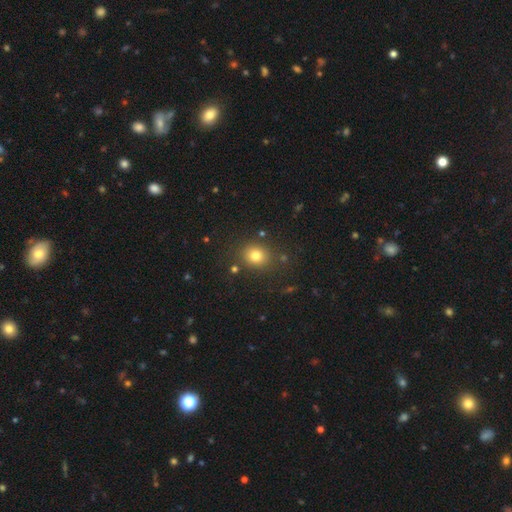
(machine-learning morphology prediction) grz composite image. It shows a smooth galaxy with no disk features (78%) that is round (71%). Merging: none (83%).